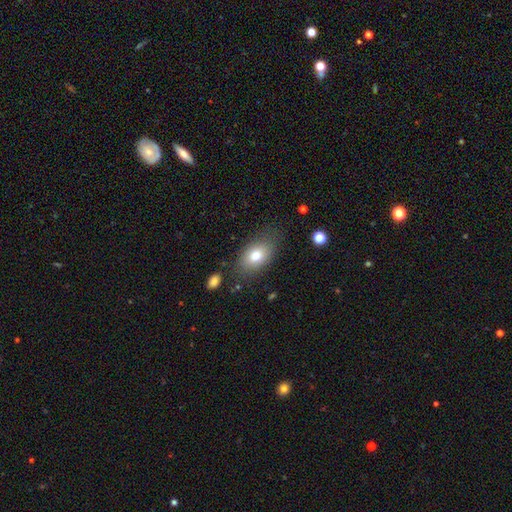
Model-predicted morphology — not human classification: smooth_or_featured: smooth (p=0.77) [alt: featured or disk p=0.15]
how_rounded: in between (p=0.88) [alt: round p=0.10]
merging: none (p=0.74) [alt: minor disturbance p=0.18]